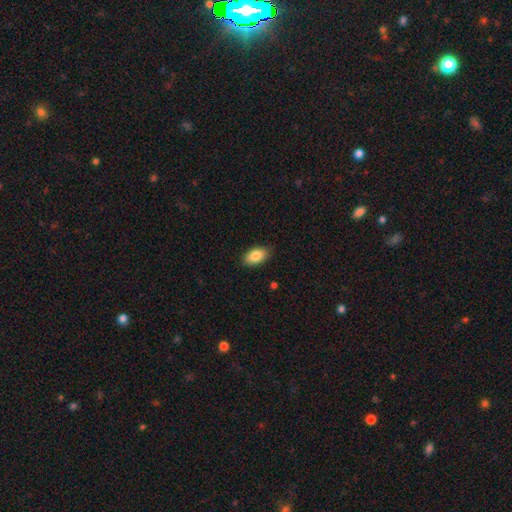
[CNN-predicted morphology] type=smooth (85%); roundness=in between (92%); merging=none (86%).